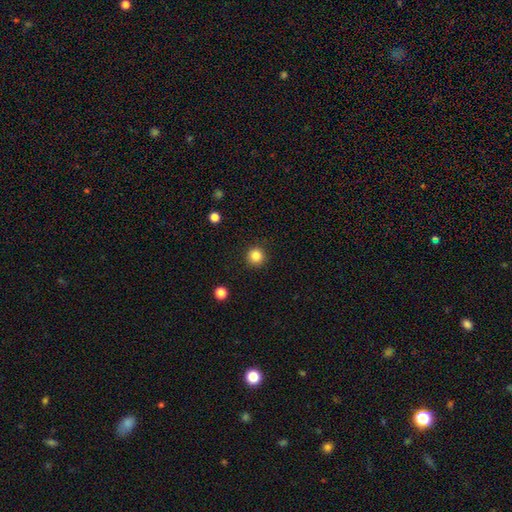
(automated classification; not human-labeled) Smooth or featured?
  - smooth: 85% *
  - star or artifact: 11%
  - featured or disk: 4%
How rounded?
  - round: 95% *
  - in between: 4%
  - cigar-shaped: 1%
Merging?
  - none: 91% *
  - minor disturbance: 6%
  - major disturbance: 2%
  - merger: 1%